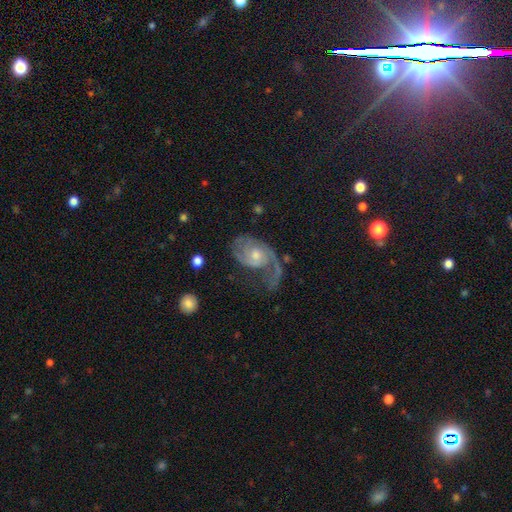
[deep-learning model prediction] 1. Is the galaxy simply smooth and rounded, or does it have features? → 82% featured or disk, 11% smooth, 7% star or artifact.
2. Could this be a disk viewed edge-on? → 97% no, 3% yes.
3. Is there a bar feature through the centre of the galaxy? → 64% no, 31% weak, 5% strong.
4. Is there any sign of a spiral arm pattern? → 94% yes, 6% no.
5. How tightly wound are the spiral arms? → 43% medium, 29% loose, 28% tight.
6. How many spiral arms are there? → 53% 2, 30% 1, 10% can't tell, 4% 3, 2% 4, 2% more than 4.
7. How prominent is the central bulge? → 53% moderate, 39% small, 4% large, 3% none, 1% dominant.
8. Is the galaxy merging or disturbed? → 40% none, 36% major disturbance, 21% minor disturbance, 3% merger.